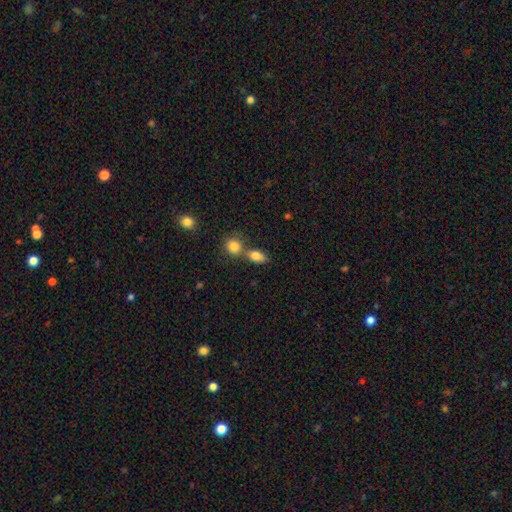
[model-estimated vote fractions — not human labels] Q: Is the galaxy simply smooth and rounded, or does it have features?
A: smooth — 83%.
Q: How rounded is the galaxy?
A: in between — 80%.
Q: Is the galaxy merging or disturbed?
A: none — 44%.